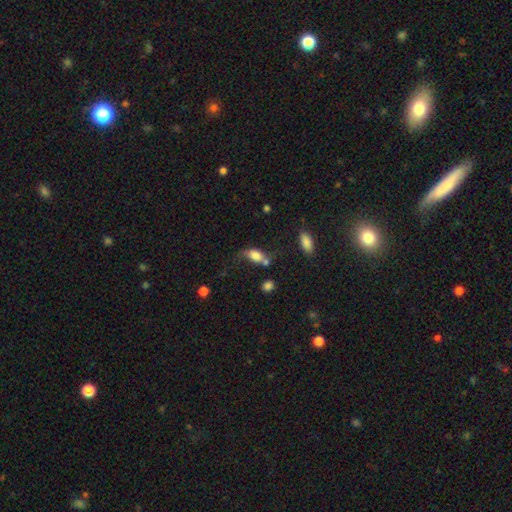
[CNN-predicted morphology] Q: Smooth or featured?
A: smooth (67%); runner-up: featured or disk (23%)
Q: How rounded?
A: in between (81%); runner-up: round (13%)
Q: Merging?
A: none (35%); runner-up: minor disturbance (24%)